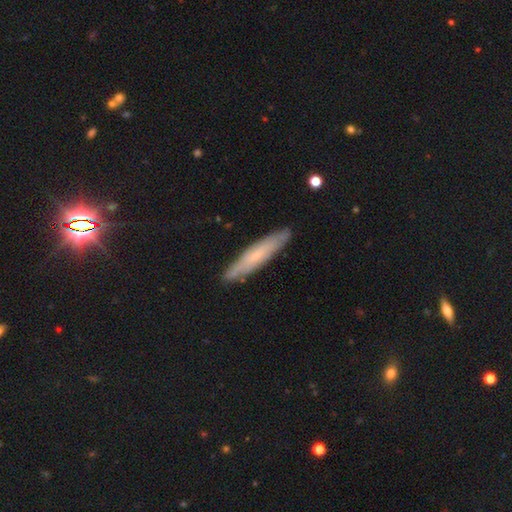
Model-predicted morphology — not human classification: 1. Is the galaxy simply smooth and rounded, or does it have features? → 48% smooth, 46% featured or disk, 6% star or artifact.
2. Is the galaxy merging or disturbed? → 86% none, 11% minor disturbance, 2% major disturbance, 1% merger.